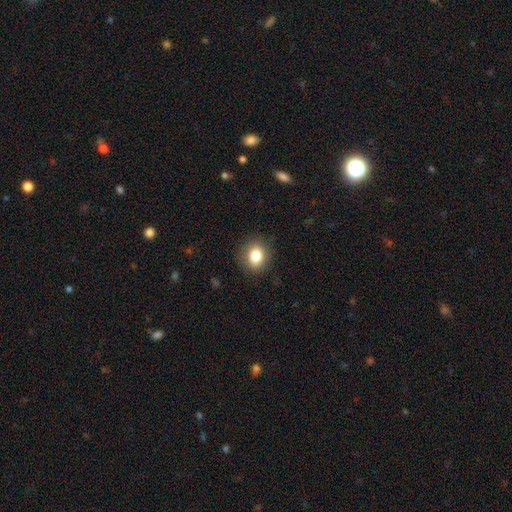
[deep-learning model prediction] smooth_or_featured: smooth (p=0.82) [alt: star or artifact p=0.10]
how_rounded: round (p=0.57) [alt: in between p=0.42]
merging: none (p=0.88) [alt: minor disturbance p=0.09]